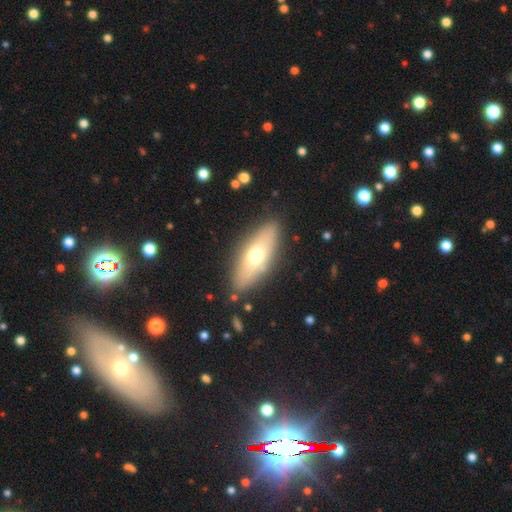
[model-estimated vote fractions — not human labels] The model was most divided on "smooth or featured": smooth: 58%, featured or disk: 36%, star or artifact: 7%. More confident: merging — none (86%); how rounded — in between (64%).